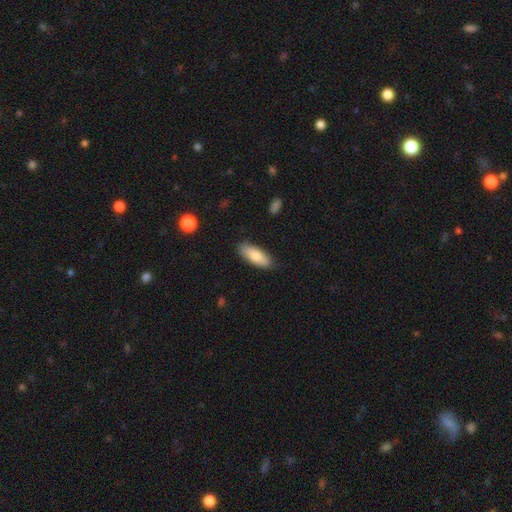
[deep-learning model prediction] smooth_or_featured: smooth (p=0.78) [alt: featured or disk p=0.16]
how_rounded: in between (p=0.75) [alt: cigar-shaped p=0.22]
merging: none (p=0.85) [alt: minor disturbance p=0.11]